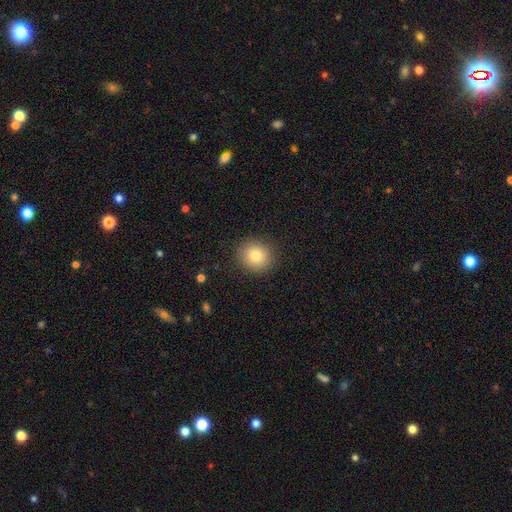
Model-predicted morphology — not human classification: type=smooth (79%); roundness=round (84%); merging=none (89%).